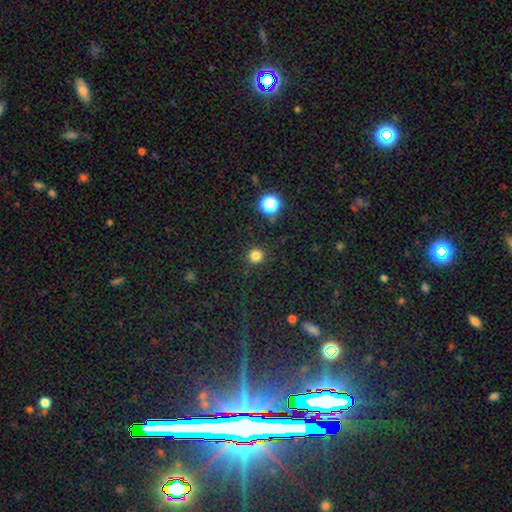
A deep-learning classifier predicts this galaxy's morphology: type=smooth (81%); roundness=round (95%); merging=none (91%).